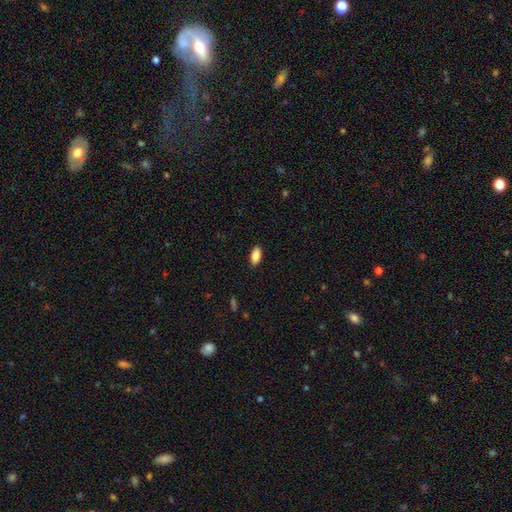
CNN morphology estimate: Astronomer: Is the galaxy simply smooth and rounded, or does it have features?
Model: smooth — 87%.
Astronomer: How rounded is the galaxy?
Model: in between — 90%.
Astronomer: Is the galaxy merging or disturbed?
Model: none — 89%.